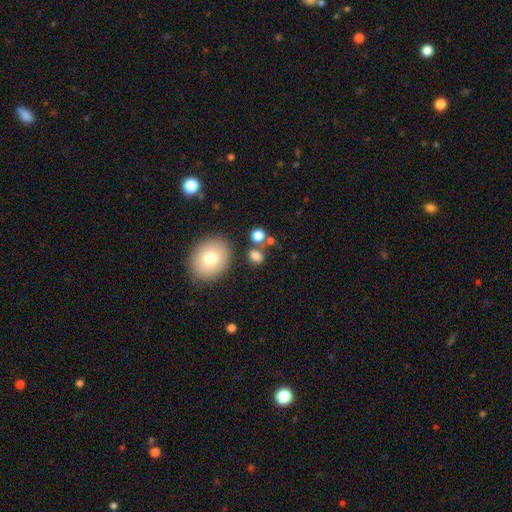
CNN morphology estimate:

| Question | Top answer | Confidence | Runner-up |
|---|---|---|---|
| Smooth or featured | smooth | 79% | star or artifact (13%) |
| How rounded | round | 50% | in between (48%) |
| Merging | none | 70% | merger (13%) |